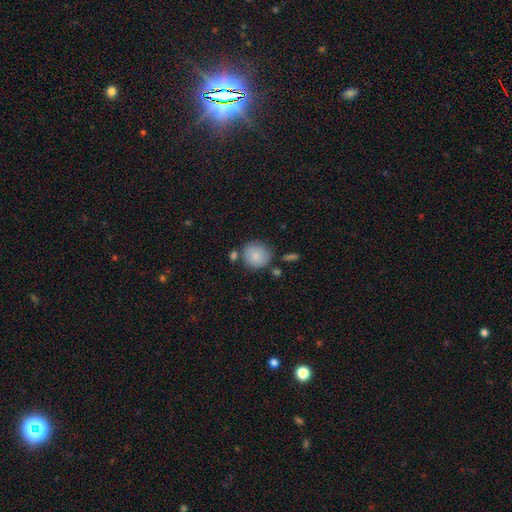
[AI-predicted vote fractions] A smooth galaxy with no disk features (83%) that is round (89%). Merging: none (72%).